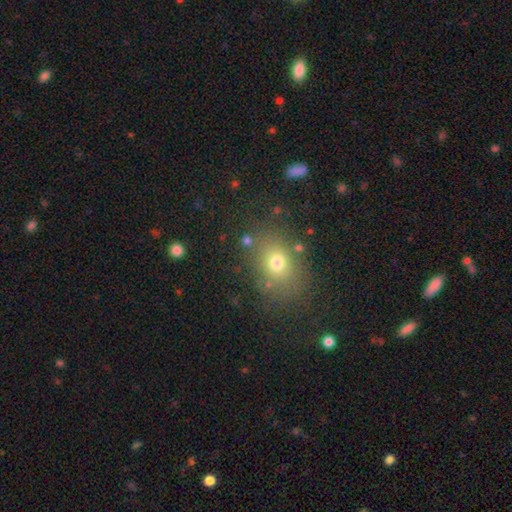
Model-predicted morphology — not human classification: Q: Smooth or featured?
A: smooth (67%); runner-up: star or artifact (21%)
Q: How rounded?
A: in between (59%); runner-up: round (40%)
Q: Merging?
A: none (82%); runner-up: minor disturbance (11%)